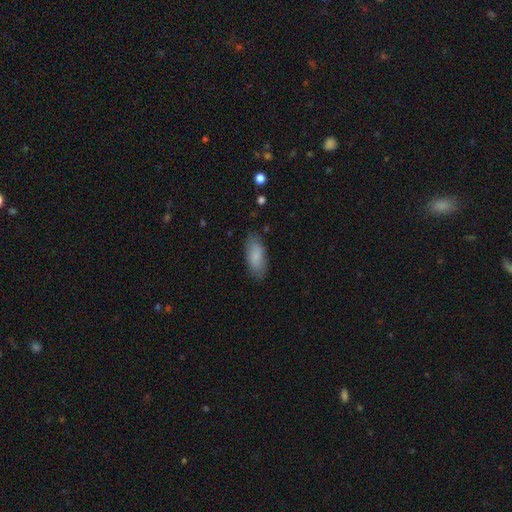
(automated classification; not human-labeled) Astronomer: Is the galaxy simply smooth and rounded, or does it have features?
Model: smooth — 84%.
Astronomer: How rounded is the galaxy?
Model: in between — 80%.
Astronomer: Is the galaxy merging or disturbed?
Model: none — 81%.